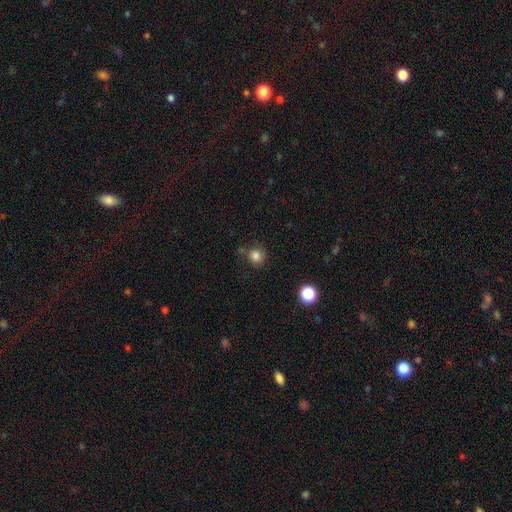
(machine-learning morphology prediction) Smooth or featured: smooth — 82% (star or artifact — 12%)
How rounded: round — 87% (in between — 12%)
Merging: none — 72% (minor disturbance — 16%)